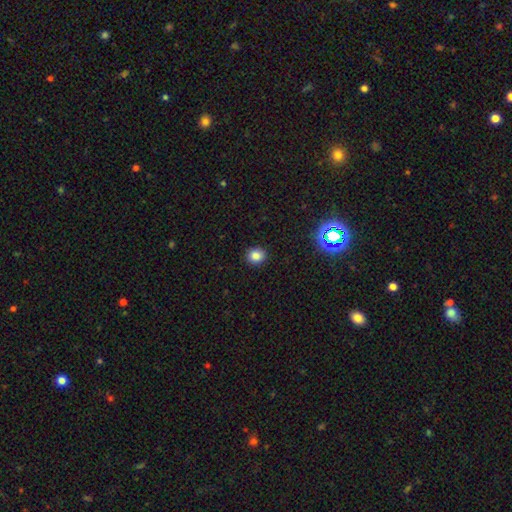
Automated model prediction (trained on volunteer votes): The model was most divided on "how rounded": round: 79%, in between: 21%, cigar-shaped: 1%. More confident: merging — none (91%); smooth or featured — smooth (82%).